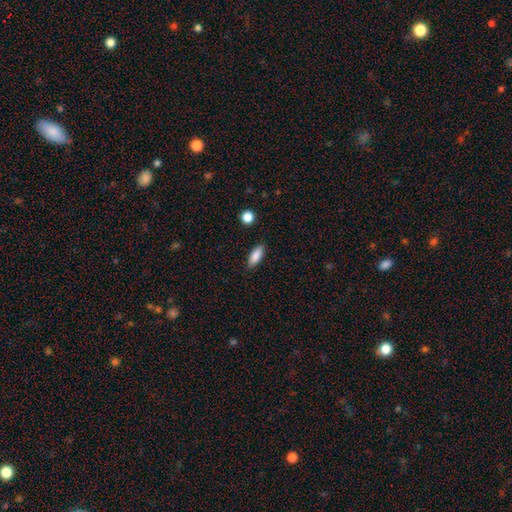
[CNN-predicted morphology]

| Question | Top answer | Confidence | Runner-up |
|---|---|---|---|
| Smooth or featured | smooth | 86% | featured or disk (8%) |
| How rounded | in between | 69% | cigar-shaped (28%) |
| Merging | none | 87% | minor disturbance (9%) |